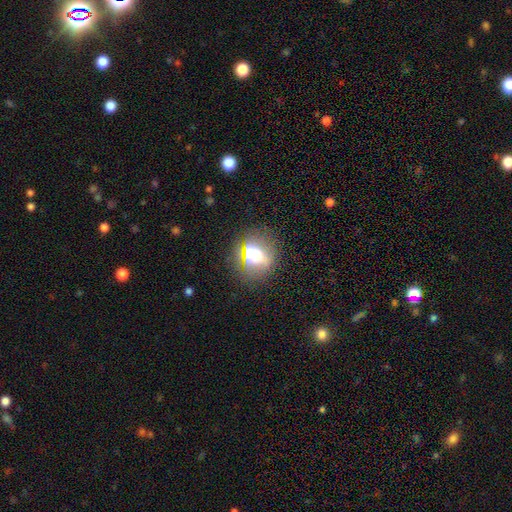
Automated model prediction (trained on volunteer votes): Overall: smooth (47%; star or artifact 31%). Merging: none (72%).